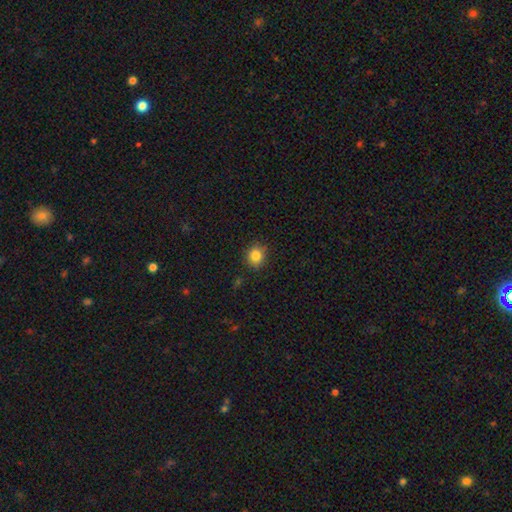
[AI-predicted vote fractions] smooth_or_featured: smooth (p=0.84) [alt: star or artifact p=0.11]
how_rounded: round (p=0.79) [alt: in between p=0.20]
merging: none (p=0.87) [alt: minor disturbance p=0.10]